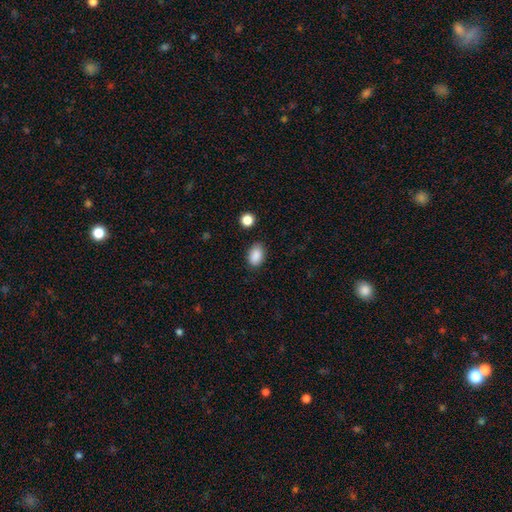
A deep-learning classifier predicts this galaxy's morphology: Overall: smooth (88%). How rounded: in between (87%). Merging: none (82%).